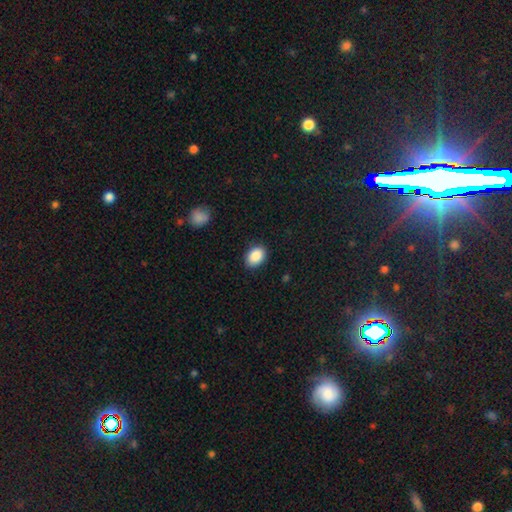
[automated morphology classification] Q: Smooth or featured?
A: smooth (88%); runner-up: star or artifact (8%)
Q: How rounded?
A: in between (76%); runner-up: round (23%)
Q: Merging?
A: none (87%); runner-up: minor disturbance (10%)